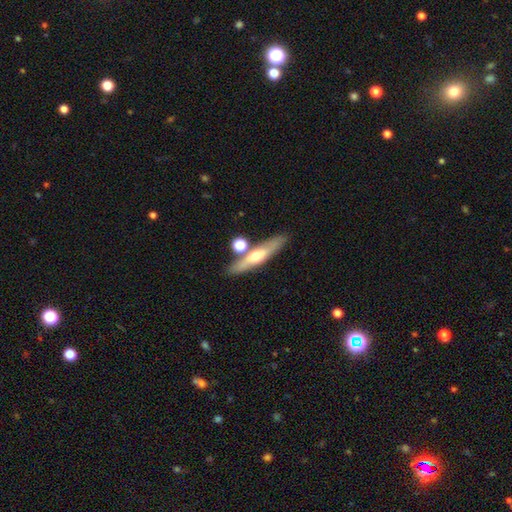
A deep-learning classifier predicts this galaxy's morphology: This appears to be a featured or disk galaxy (51%) viewed edge-on (84%). Merging: none (72%).